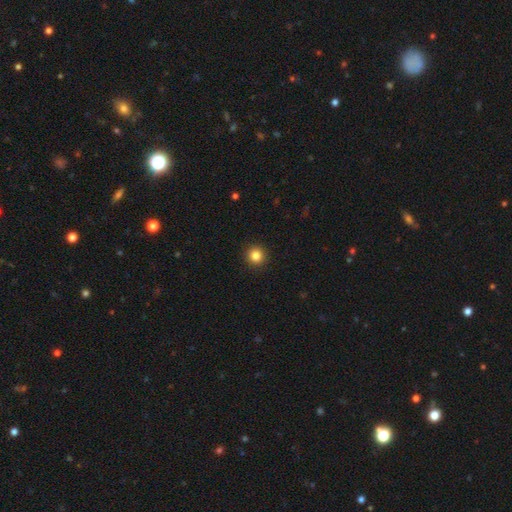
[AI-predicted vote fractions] A smooth galaxy with no disk features (84%) that is round (95%).

Vote fractions:
- Smooth or featured? smooth: 84% / star or artifact: 11% / featured or disk: 5%
- How rounded? round: 95% / in between: 4% / cigar-shaped: 1%
- Merging? none: 93% / minor disturbance: 4% / major disturbance: 2% / merger: 1%